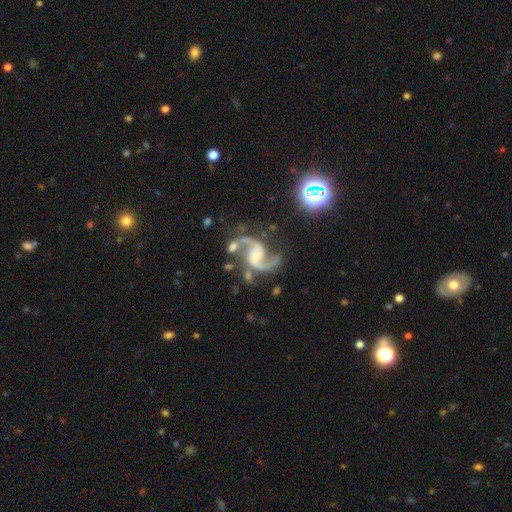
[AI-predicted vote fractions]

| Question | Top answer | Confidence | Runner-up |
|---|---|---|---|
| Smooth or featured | featured or disk | 92% | star or artifact (5%) |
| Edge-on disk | no | 98% | yes (2%) |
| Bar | no | 46% | weak (39%) |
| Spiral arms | yes | 98% | no (2%) |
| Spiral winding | loose | 52% | medium (43%) |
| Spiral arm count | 2 | 94% | 1 (2%) |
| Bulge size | small | 32% | none (30%) |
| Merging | none | 59% | minor disturbance (18%) |